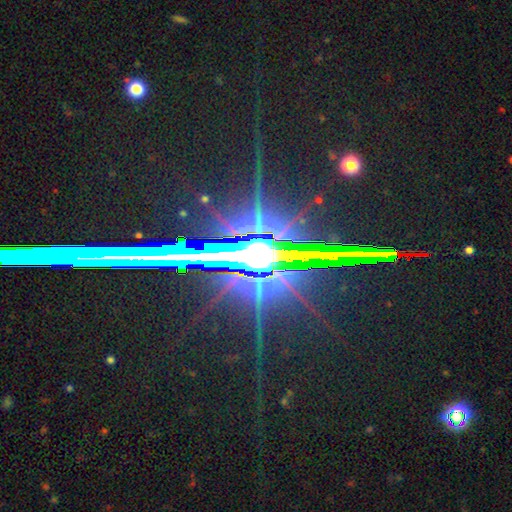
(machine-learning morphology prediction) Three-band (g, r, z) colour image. It shows a star or artifact, not a galaxy (53%).